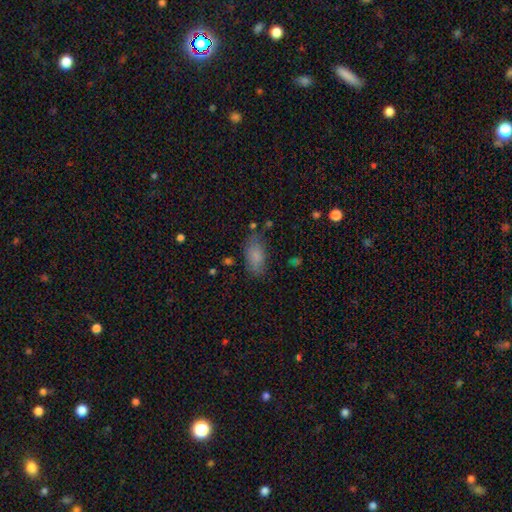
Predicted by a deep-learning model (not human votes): Morphology: type=smooth (83%); roundness=in between (91%); merging=none (73%).